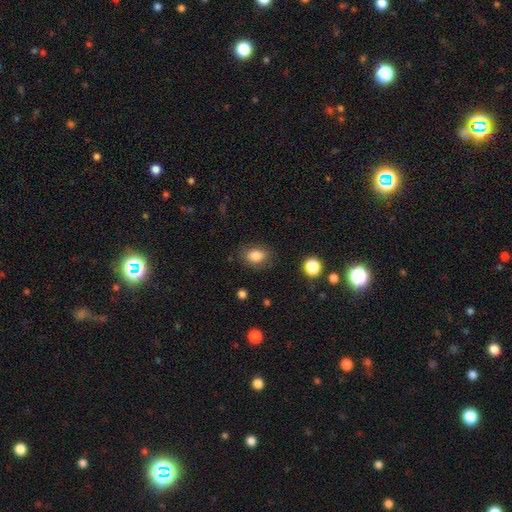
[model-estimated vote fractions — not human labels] smooth 83%, star or artifact 9%, featured or disk 8%. Down the decision tree: how rounded — in between (74%); merging — none (81%).